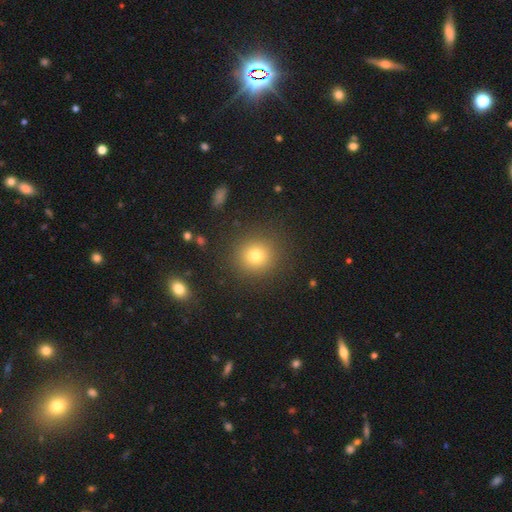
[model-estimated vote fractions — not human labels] This is likely a smooth galaxy (77%). How rounded: clearly round (90%). Merging: clearly none (89%).